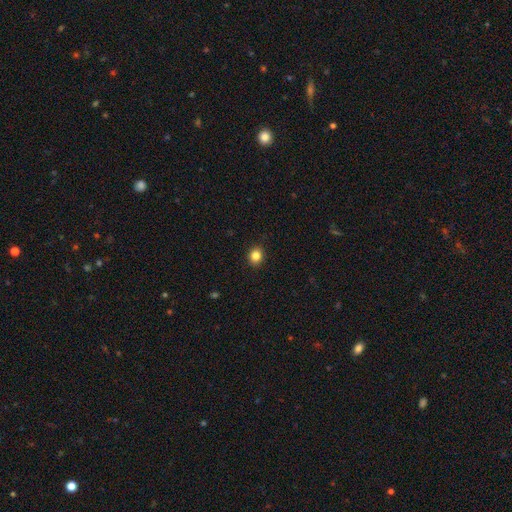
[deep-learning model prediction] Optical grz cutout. It shows a smooth galaxy with no disk features (84%) that is round (74%). Merging: none (91%).